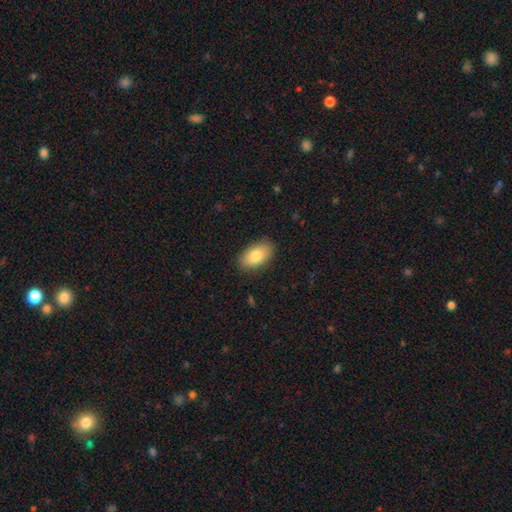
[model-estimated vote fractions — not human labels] A smooth galaxy with no disk features (82%) that is in between round and cigar-shaped (93%).

Vote fractions:
- Smooth or featured? smooth: 82% / featured or disk: 11% / star or artifact: 7%
- How rounded? in between: 93% / round: 5% / cigar-shaped: 2%
- Merging? none: 88% / minor disturbance: 9% / major disturbance: 2% / merger: 1%